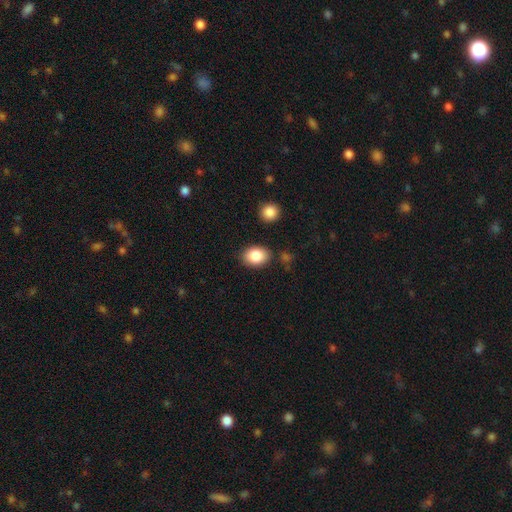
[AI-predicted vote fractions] smooth-or-featured: smooth: 86% | star or artifact: 7% | featured or disk: 6%
  how-rounded: in between: 76% | round: 23% | cigar-shaped: 1%
  merging: none: 82% | minor disturbance: 11% | merger: 4% | major disturbance: 3%